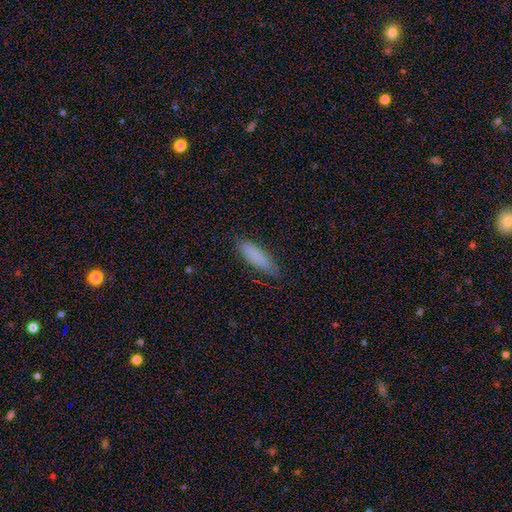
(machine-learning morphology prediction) Smooth or featured: smooth — 86% (featured or disk — 8%)
How rounded: cigar-shaped — 57% (in between — 41%)
Merging: none — 83% (minor disturbance — 13%)